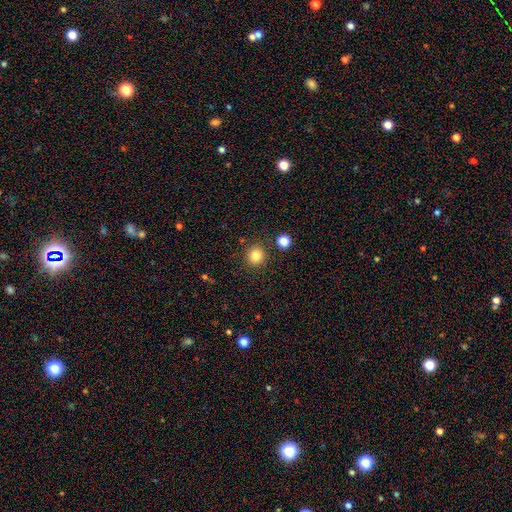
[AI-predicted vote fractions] Smooth or featured?
  - smooth: 83% *
  - star or artifact: 12%
  - featured or disk: 5%
How rounded?
  - round: 92% *
  - in between: 7%
  - cigar-shaped: 1%
Merging?
  - none: 87% *
  - minor disturbance: 7%
  - merger: 4%
  - major disturbance: 3%